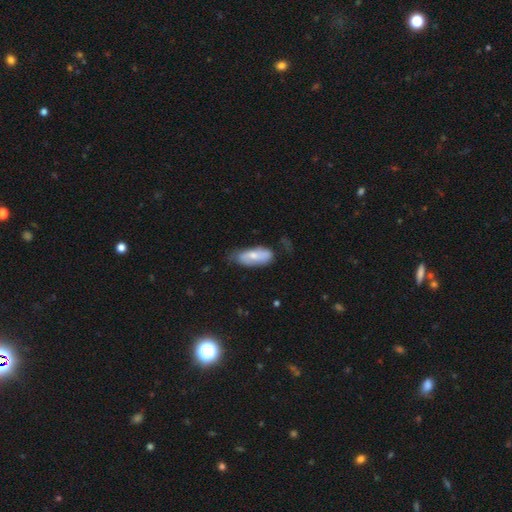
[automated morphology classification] Q: Smooth or featured?
A: smooth (61%); runner-up: featured or disk (33%)
Q: How rounded?
A: in between (82%); runner-up: cigar-shaped (16%)
Q: Merging?
A: none (57%); runner-up: minor disturbance (32%)